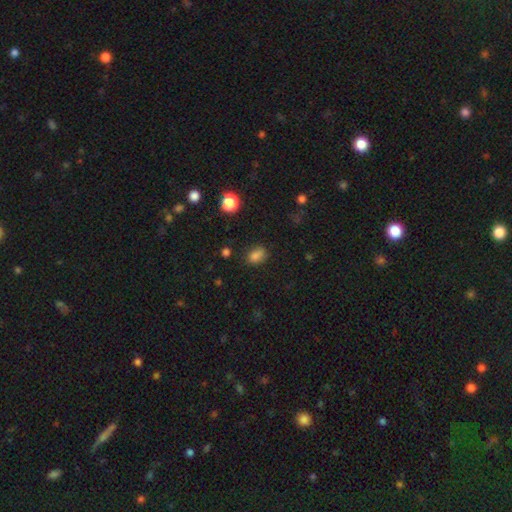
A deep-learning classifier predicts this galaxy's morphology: Overall: smooth (78%). How rounded: in between (69%). Merging: none (67%).